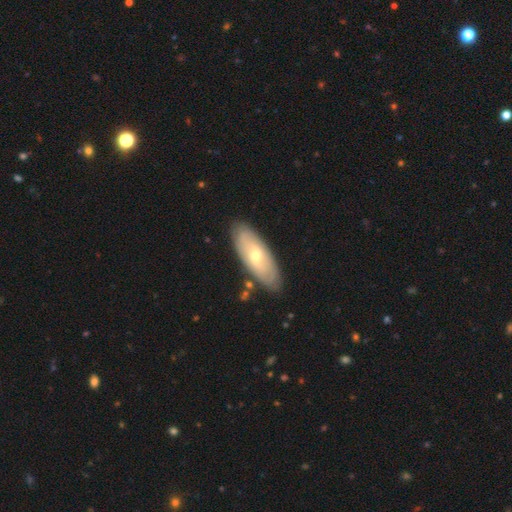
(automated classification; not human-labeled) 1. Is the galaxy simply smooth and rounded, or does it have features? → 49% featured or disk, 45% smooth, 6% star or artifact.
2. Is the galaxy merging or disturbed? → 84% none, 11% minor disturbance, 2% merger, 2% major disturbance.